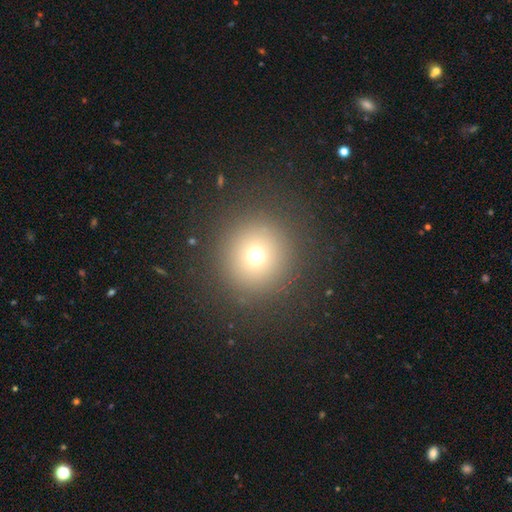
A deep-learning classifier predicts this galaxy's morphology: smooth 69%, star or artifact 20%, featured or disk 11%. Down the decision tree: how rounded — round (95%); merging — none (89%).